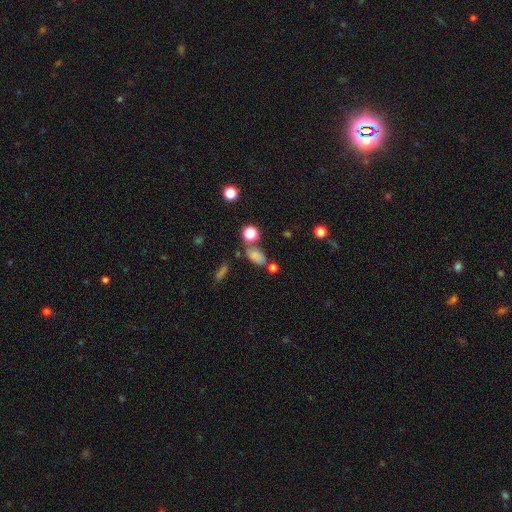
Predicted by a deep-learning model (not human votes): Smooth or featured? smooth (74%)
How rounded? in between (80%)
Merging? none (57%)